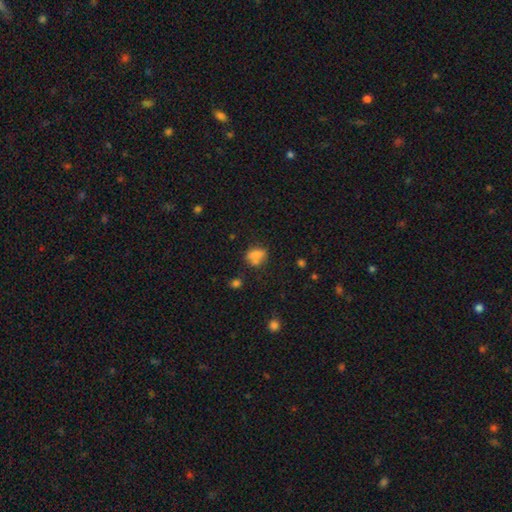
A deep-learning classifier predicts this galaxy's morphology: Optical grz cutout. It shows a smooth galaxy with no disk features (72%) that is in between round and cigar-shaped (64%). Merging: none (49%).